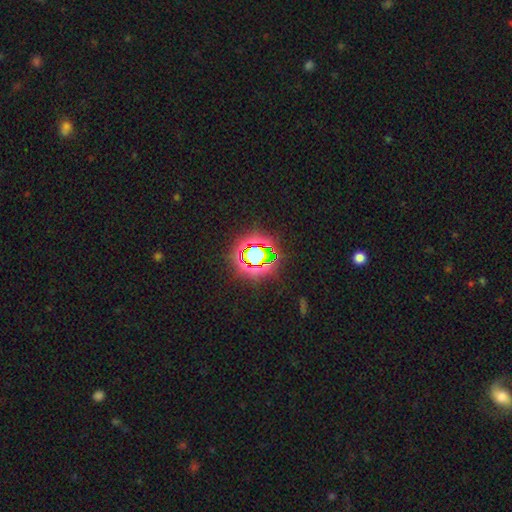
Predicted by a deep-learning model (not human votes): Smooth or featured: star or artifact — 71% (smooth — 18%)